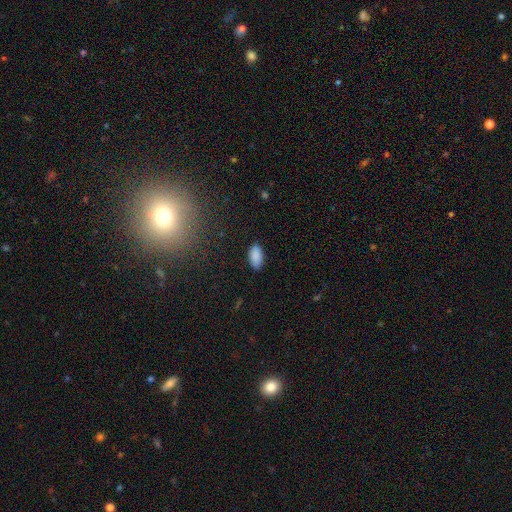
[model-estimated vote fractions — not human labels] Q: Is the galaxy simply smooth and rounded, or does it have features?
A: smooth — 89%.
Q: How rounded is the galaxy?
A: in between — 94%.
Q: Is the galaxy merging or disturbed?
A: none — 84%.